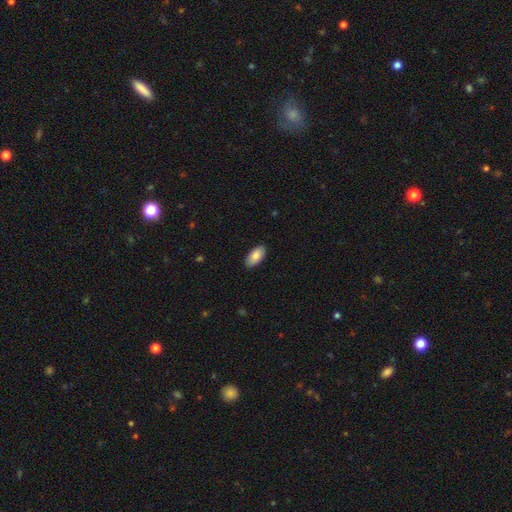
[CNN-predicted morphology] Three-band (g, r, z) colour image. It shows a smooth galaxy with no disk features (84%) that is in between round and cigar-shaped (93%). Merging: none (88%).